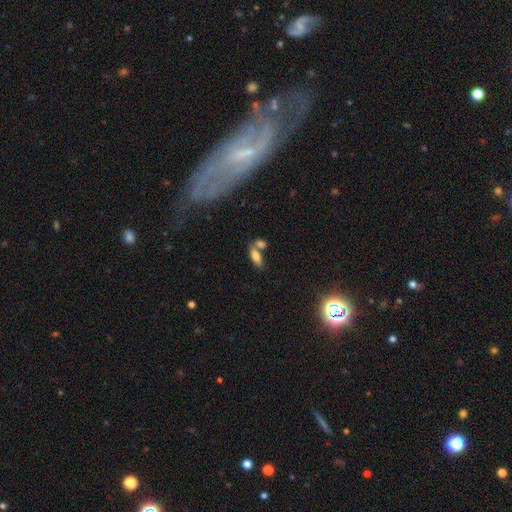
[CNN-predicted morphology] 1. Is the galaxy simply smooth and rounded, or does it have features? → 79% smooth, 13% featured or disk, 8% star or artifact.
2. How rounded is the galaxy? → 73% in between, 24% cigar-shaped, 3% round.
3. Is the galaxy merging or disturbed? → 48% none, 37% merger, 11% minor disturbance, 4% major disturbance.